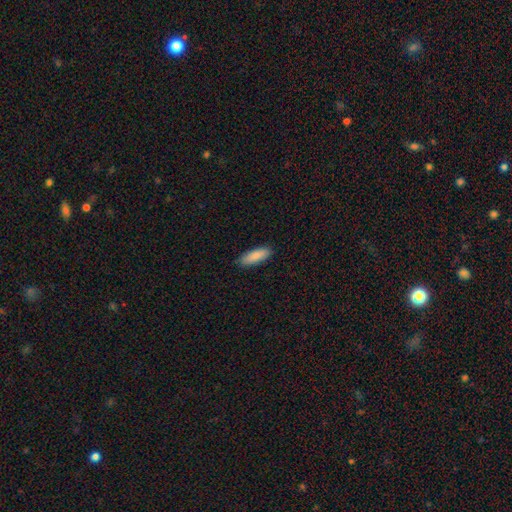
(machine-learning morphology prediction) Smooth or featured: smooth — 88% (featured or disk — 6%)
How rounded: in between — 60% (cigar-shaped — 38%)
Merging: none — 89% (minor disturbance — 9%)